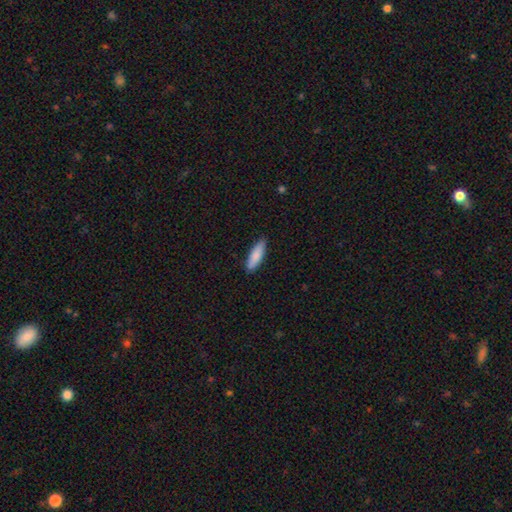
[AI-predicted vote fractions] Smooth or featured?
  - smooth: 86% *
  - featured or disk: 9%
  - star or artifact: 5%
How rounded?
  - cigar-shaped: 56% *
  - in between: 43%
  - round: 1%
Merging?
  - none: 86% *
  - minor disturbance: 11%
  - major disturbance: 2%
  - merger: 1%